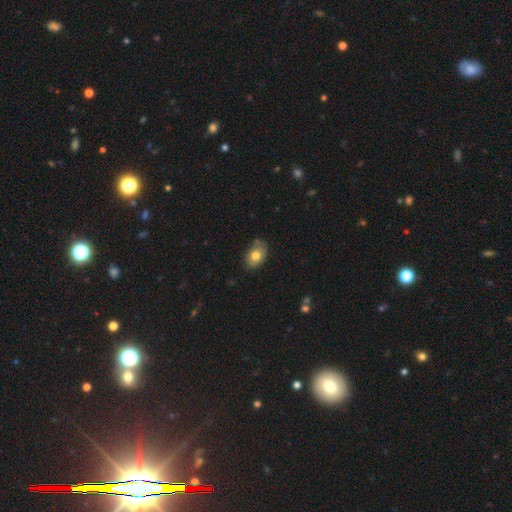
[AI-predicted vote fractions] Morphology: type=smooth (76%); roundness=in between (83%); merging=none (71%).